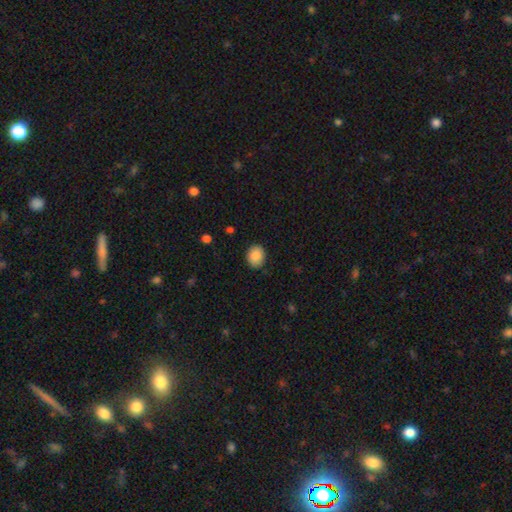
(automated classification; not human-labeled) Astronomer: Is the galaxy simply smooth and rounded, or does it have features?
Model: smooth — 88%.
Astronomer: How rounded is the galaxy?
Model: round — 53% (runner-up: in between, 47%).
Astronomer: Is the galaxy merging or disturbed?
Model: none — 85%.